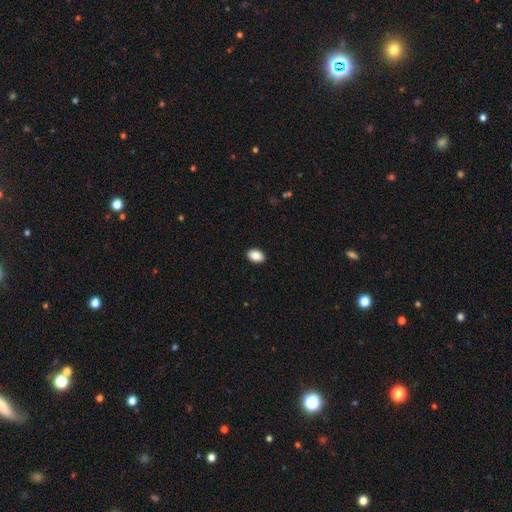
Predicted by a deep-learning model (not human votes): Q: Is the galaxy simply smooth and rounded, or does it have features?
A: smooth — 89%.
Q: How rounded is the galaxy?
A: in between — 87%.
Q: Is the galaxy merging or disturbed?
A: none — 91%.